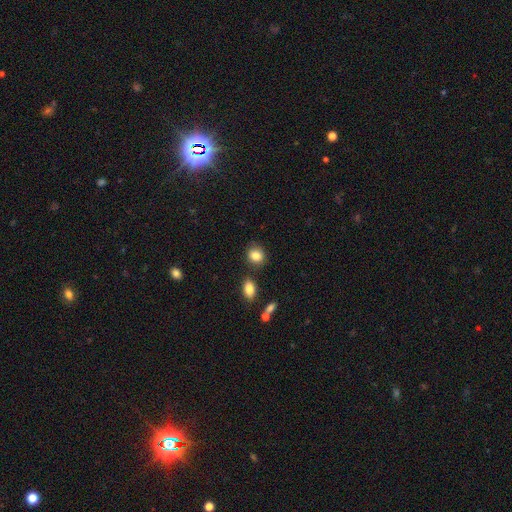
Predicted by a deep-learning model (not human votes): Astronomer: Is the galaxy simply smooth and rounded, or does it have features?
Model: smooth — 85%.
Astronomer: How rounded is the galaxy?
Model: round — 69%.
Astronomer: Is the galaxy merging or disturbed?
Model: none — 79%.